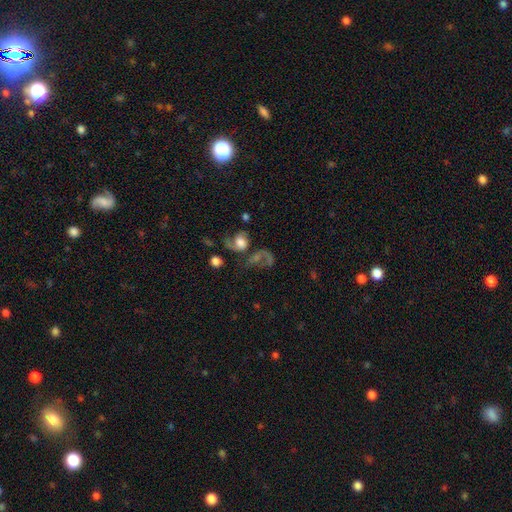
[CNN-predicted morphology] Smooth or featured? Predicted: featured or disk (p=0.44). Merging? Predicted: none (p=0.39).